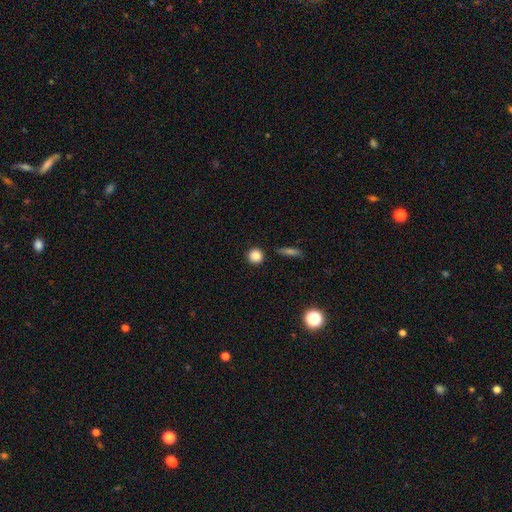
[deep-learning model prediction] smooth 86%, star or artifact 10%, featured or disk 4%. Down the decision tree: how rounded — round (93%); merging — none (89%).